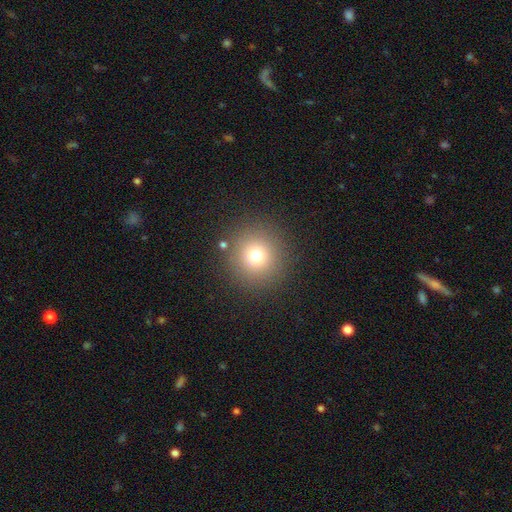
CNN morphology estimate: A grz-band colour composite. It shows a smooth galaxy with no disk features (72%) that is round (95%). Merging: none (88%).